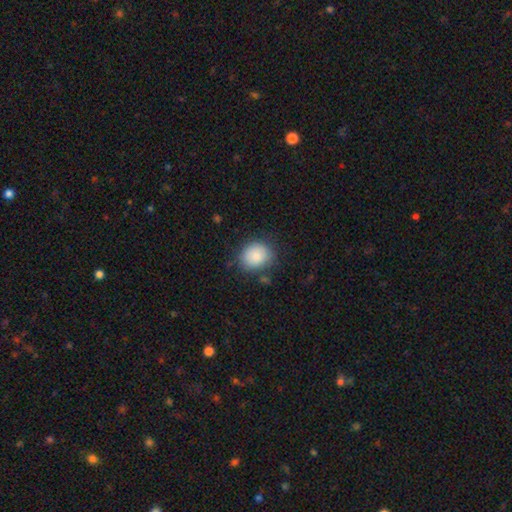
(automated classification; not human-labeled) A smooth galaxy with no disk features (87%) that is round (65%). Merging: none (77%).